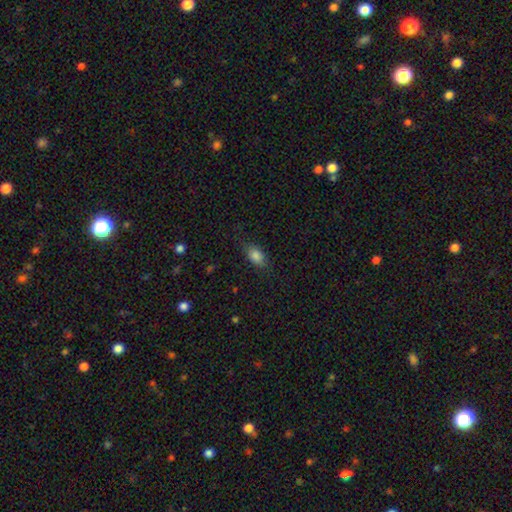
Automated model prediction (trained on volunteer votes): This appears to be a smooth galaxy with no disk features (84%) that is in between round and cigar-shaped (84%). Merging: none (74%).